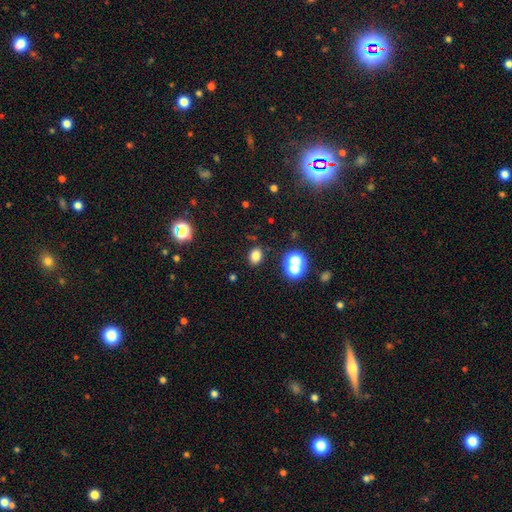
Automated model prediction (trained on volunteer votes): smooth 78%, star or artifact 15%, featured or disk 7%. Down the decision tree: how rounded — in between (65%); merging — none (83%).